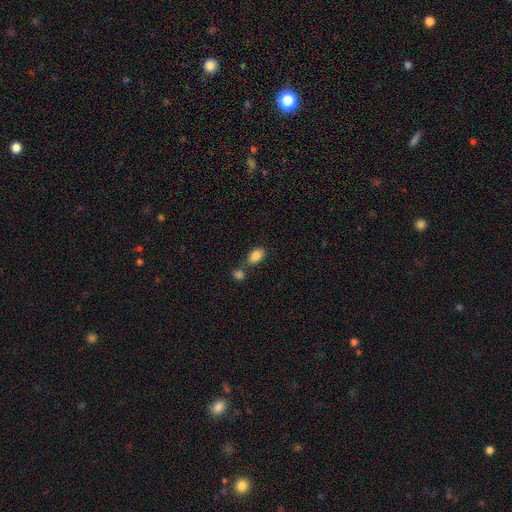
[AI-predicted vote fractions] Smooth or featured?
  - smooth: 86% *
  - star or artifact: 8%
  - featured or disk: 6%
How rounded?
  - in between: 89% *
  - round: 10%
  - cigar-shaped: 1%
Merging?
  - none: 61% *
  - merger: 24%
  - minor disturbance: 12%
  - major disturbance: 4%